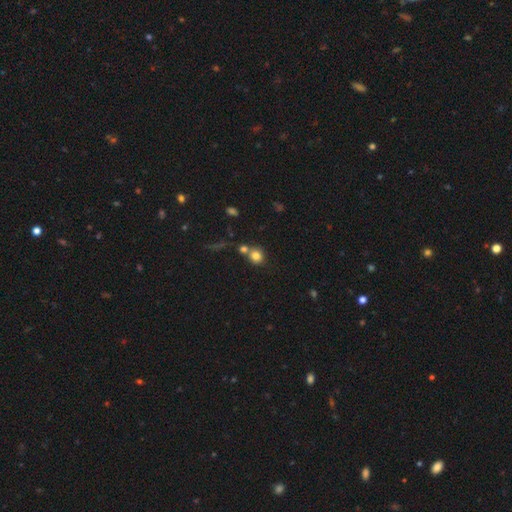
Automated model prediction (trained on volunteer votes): Overall: smooth (80%). How rounded: round (83%). Merging: none (53%; merger 35%).